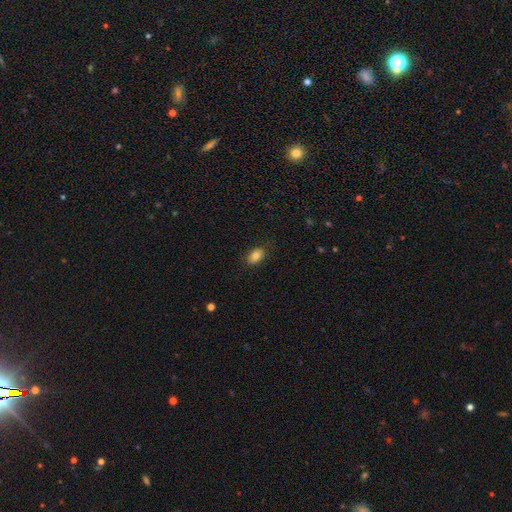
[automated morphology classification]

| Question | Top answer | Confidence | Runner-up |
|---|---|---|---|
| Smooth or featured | smooth | 83% | star or artifact (9%) |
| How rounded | in between | 86% | round (13%) |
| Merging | none | 83% | minor disturbance (13%) |